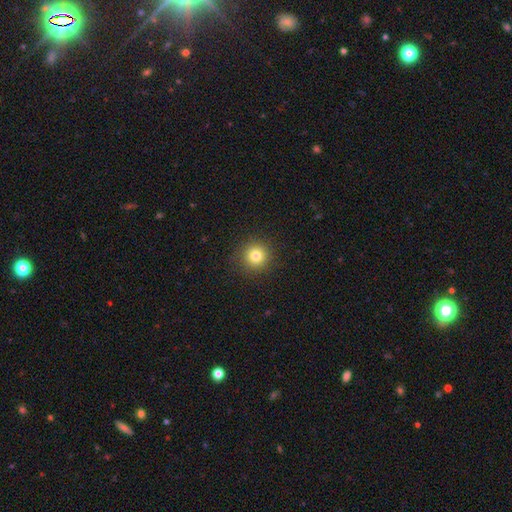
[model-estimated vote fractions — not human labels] Smooth or featured?
  - smooth: 80% *
  - star or artifact: 13%
  - featured or disk: 7%
How rounded?
  - round: 95% *
  - in between: 4%
  - cigar-shaped: 1%
Merging?
  - none: 91% *
  - minor disturbance: 5%
  - major disturbance: 2%
  - merger: 1%